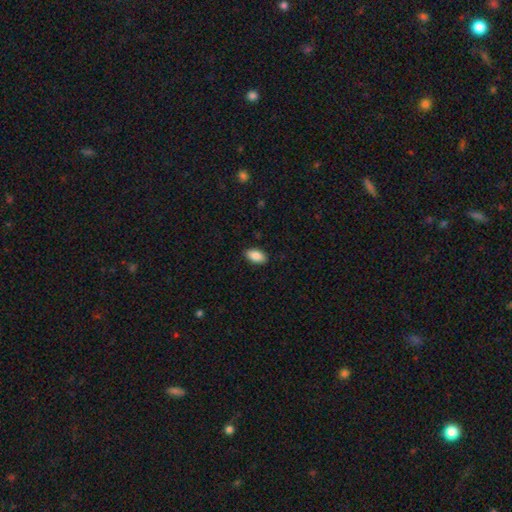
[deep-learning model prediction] A smooth galaxy with no disk features (89%) that is in between round and cigar-shaped (94%).

Vote fractions:
- Smooth or featured? smooth: 89% / star or artifact: 7% / featured or disk: 5%
- How rounded? in between: 94% / round: 4% / cigar-shaped: 2%
- Merging? none: 89% / minor disturbance: 8% / major disturbance: 2% / merger: 1%